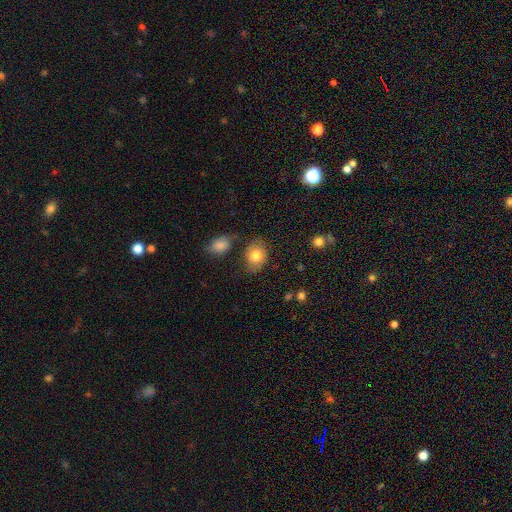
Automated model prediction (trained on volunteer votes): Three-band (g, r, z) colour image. It shows a smooth galaxy with no disk features (78%) that is in between round and cigar-shaped (56%). Merging: none (69%).